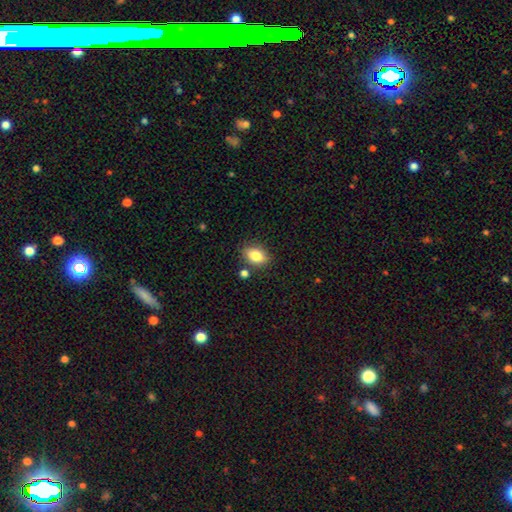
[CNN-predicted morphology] smooth 82%, star or artifact 9%, featured or disk 9%. Down the decision tree: how rounded — in between (79%); merging — none (79%).